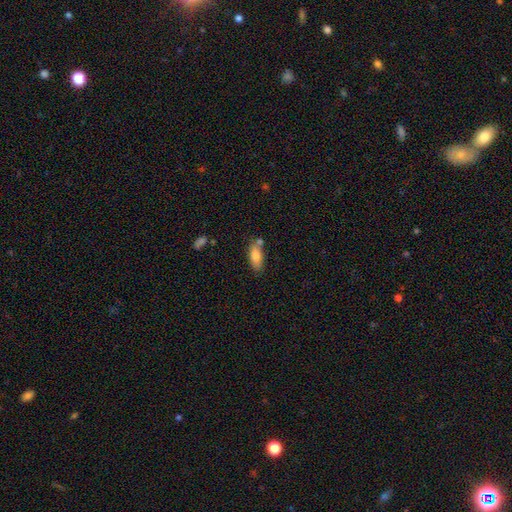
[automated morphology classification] Smooth or featured: smooth — 81% (featured or disk — 12%)
How rounded: in between — 78% (cigar-shaped — 20%)
Merging: none — 64% (minor disturbance — 17%)